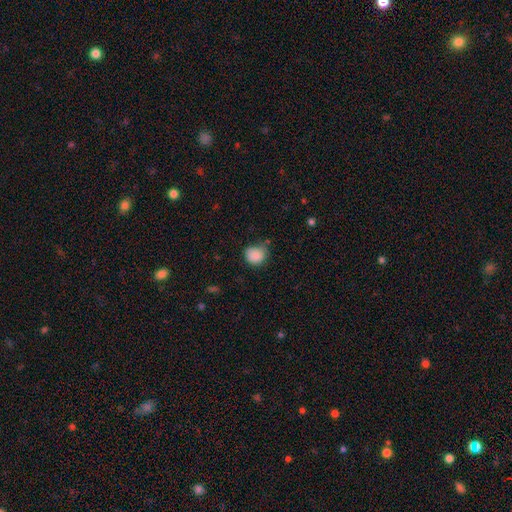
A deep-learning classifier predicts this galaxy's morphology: A smooth galaxy with no disk features (86%) that is round (71%). Merging: none (56%).